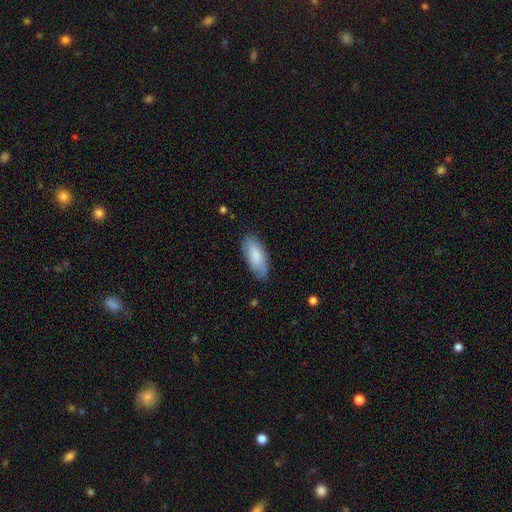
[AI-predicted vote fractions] Morphology: type=smooth (77%); roundness=in between (84%); merging=none (72%).